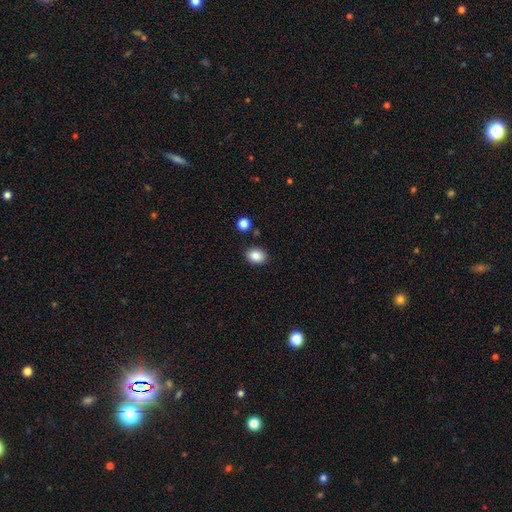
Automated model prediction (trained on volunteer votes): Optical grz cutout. It shows a smooth galaxy with no disk features (87%) that is in between round and cigar-shaped (62%). Merging: none (86%).